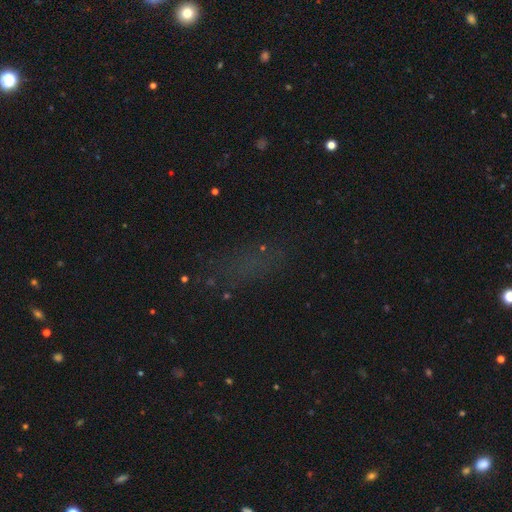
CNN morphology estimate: This appears to be a star or artifact, not a galaxy (49%).